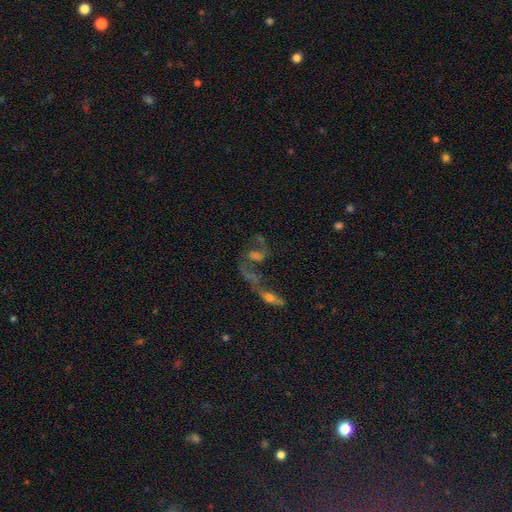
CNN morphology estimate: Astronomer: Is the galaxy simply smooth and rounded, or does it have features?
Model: featured or disk — 59%.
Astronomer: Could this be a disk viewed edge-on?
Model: no — 89%.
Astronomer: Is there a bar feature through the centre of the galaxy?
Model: no — 59%.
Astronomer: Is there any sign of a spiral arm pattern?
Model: yes — 62% (runner-up: no, 38%).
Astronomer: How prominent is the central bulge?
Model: none — 34% (runner-up: small, 27%).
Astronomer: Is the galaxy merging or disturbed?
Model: merger — 46% (runner-up: none, 25%).